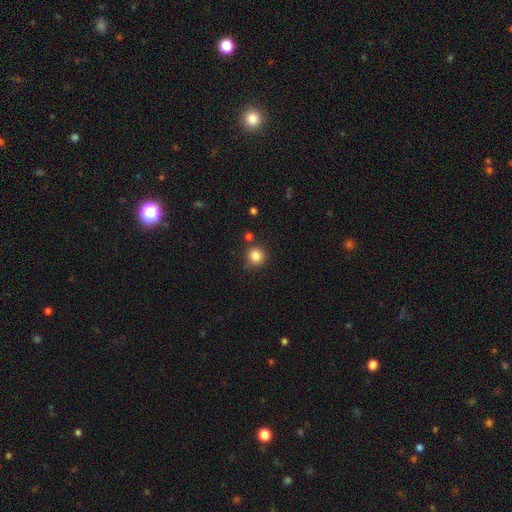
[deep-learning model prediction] The model was most divided on "merging": none: 82%, minor disturbance: 10%, merger: 6%, major disturbance: 3%. More confident: how rounded — round (93%); smooth or featured — smooth (84%).